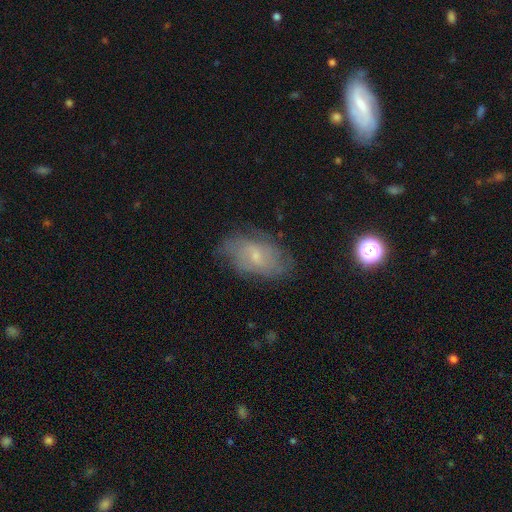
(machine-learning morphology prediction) Smooth or featured? featured or disk (56%)
Edge-on disk? no (95%)
Bar? no (52%)
Spiral arms? yes (76%)
Bulge size? small (68%)
Merging? none (69%)